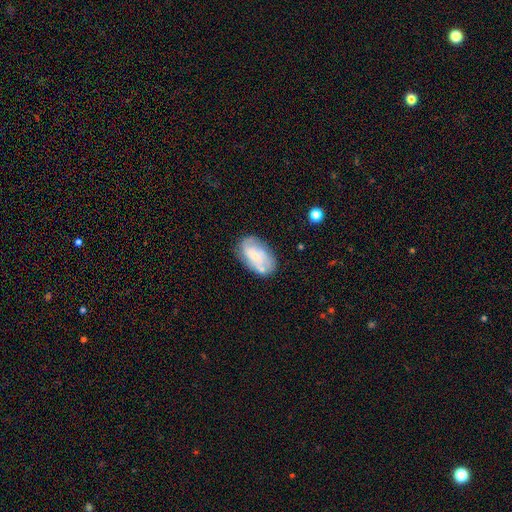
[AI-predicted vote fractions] Overall: featured or disk (47%; smooth 46%). Merging: none (60%; minor disturbance 23%).